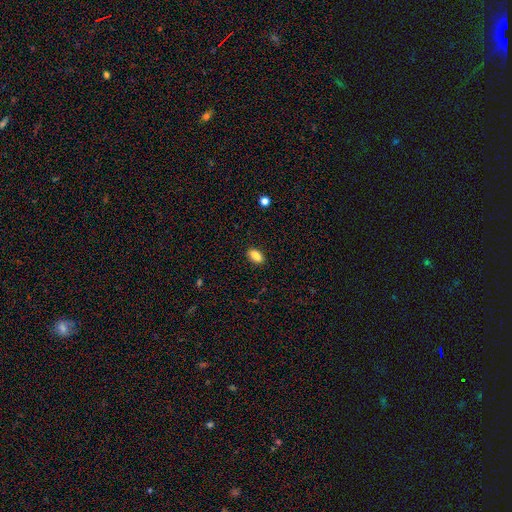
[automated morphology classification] type=smooth (85%); roundness=in between (89%); merging=none (89%).